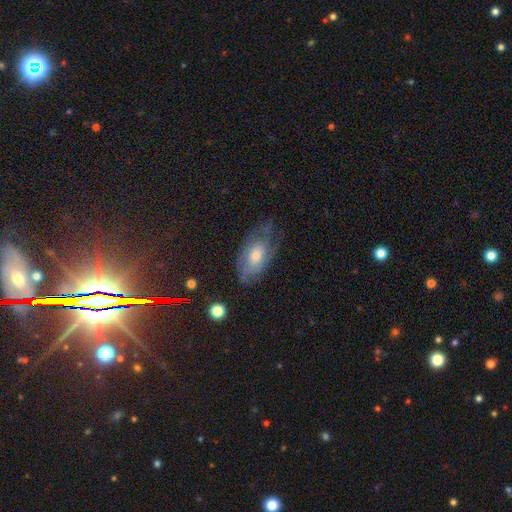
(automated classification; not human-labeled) The model was most divided on "smooth or featured": featured or disk: 58%, smooth: 33%, star or artifact: 9%. More confident: edge-on disk — no (90%); spiral arms — yes (78%); bar — no (71%); bulge size — moderate (61%); merging — none (58%).